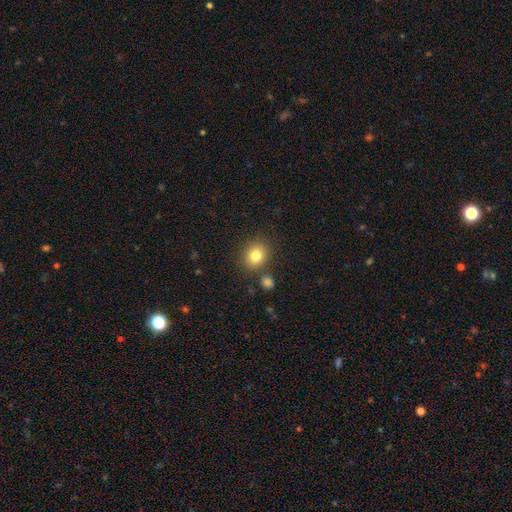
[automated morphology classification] type=smooth (80%); roundness=round (76%); merging=none (82%).